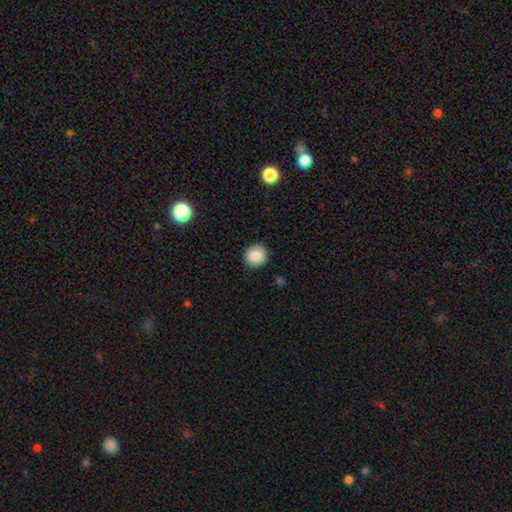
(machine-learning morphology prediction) Smooth or featured?
  - smooth: 87% *
  - star or artifact: 8%
  - featured or disk: 5%
How rounded?
  - round: 90% *
  - in between: 9%
  - cigar-shaped: 1%
Merging?
  - none: 91% *
  - minor disturbance: 6%
  - major disturbance: 2%
  - merger: 1%